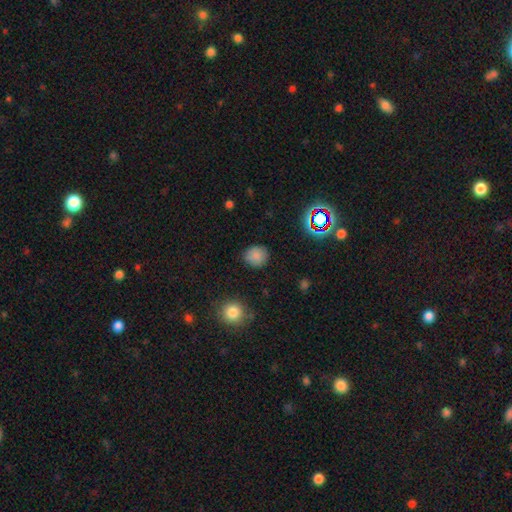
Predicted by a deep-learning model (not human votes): The model was most divided on "smooth or featured": smooth: 82%, star or artifact: 13%, featured or disk: 6%. More confident: how rounded — round (86%); merging — none (85%).